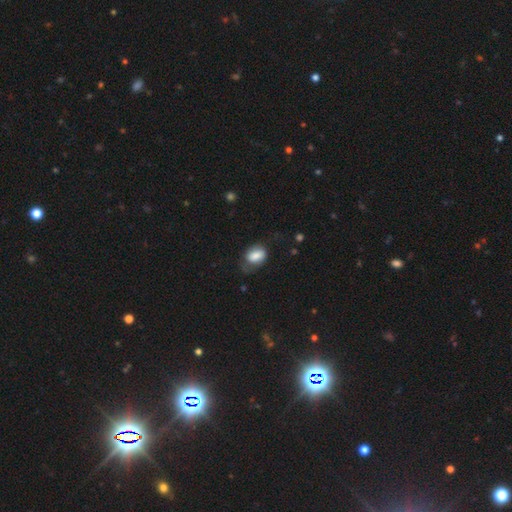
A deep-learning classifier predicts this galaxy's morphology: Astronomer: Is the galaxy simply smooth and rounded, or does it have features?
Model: smooth — 76%.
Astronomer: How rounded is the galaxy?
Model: in between — 79%.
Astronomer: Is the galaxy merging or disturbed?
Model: none — 51% (runner-up: minor disturbance, 30%).